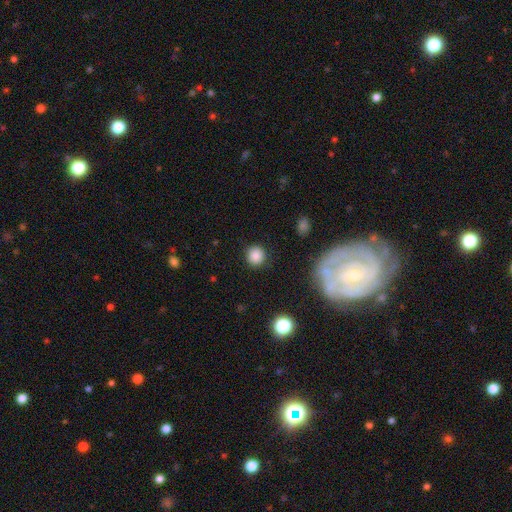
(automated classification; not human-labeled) smooth 84%, star or artifact 11%, featured or disk 4%. Down the decision tree: how rounded — round (90%); merging — none (89%).